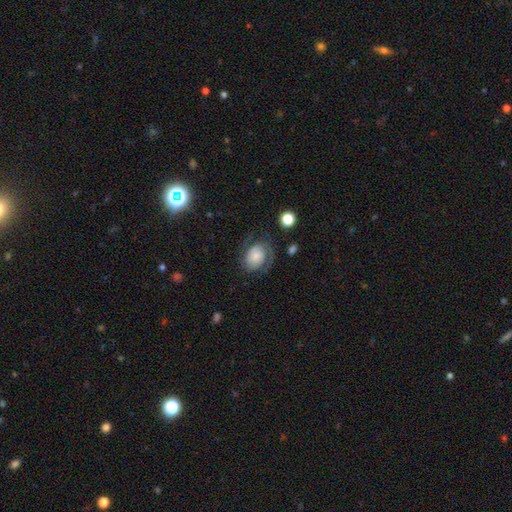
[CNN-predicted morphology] Overall: featured or disk (53%; smooth 38%). Edge-on disk: no (97%). Bar: no (78%). Spiral arms: yes (83%). Bulge size: small (46%; moderate 24%). Merging: none (55%; minor disturbance 22%).